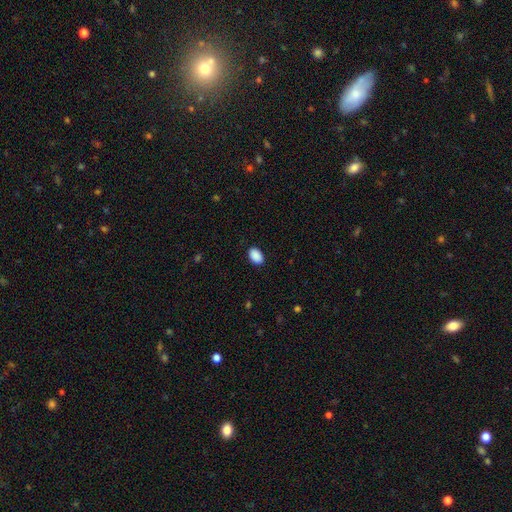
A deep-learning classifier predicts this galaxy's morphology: Smooth or featured? smooth (90%)
How rounded? in between (87%)
Merging? none (89%)